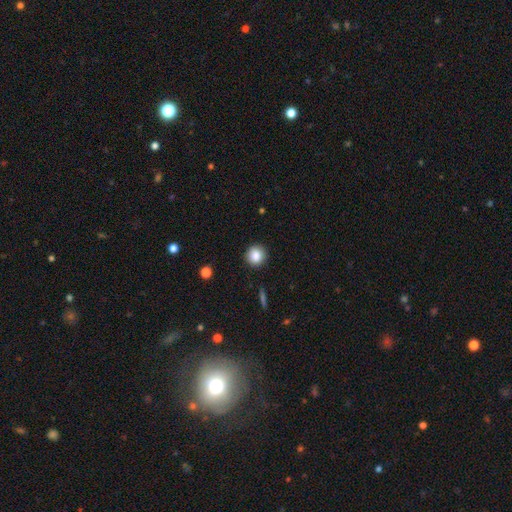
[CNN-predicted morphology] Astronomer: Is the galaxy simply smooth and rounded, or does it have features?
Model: smooth — 86%.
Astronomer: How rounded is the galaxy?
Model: round — 92%.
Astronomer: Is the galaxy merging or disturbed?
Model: none — 91%.